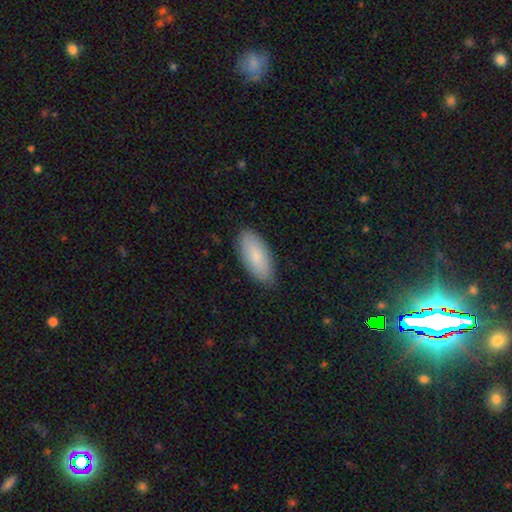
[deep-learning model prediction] Smooth or featured: smooth — 84% (featured or disk — 10%)
How rounded: in between — 86% (cigar-shaped — 12%)
Merging: none — 85% (minor disturbance — 12%)